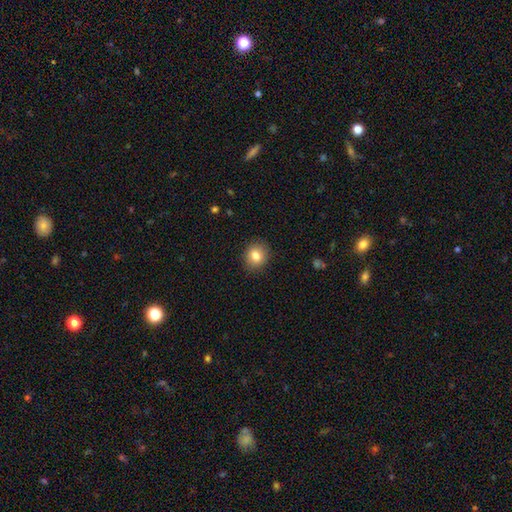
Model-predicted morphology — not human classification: type=smooth (81%); roundness=round (79%); merging=none (89%).